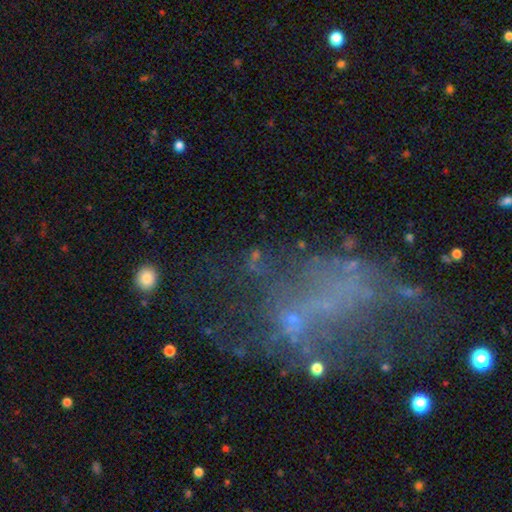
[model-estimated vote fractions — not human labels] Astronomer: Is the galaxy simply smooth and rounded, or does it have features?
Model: star or artifact — 39% (runner-up: featured or disk, 33%).